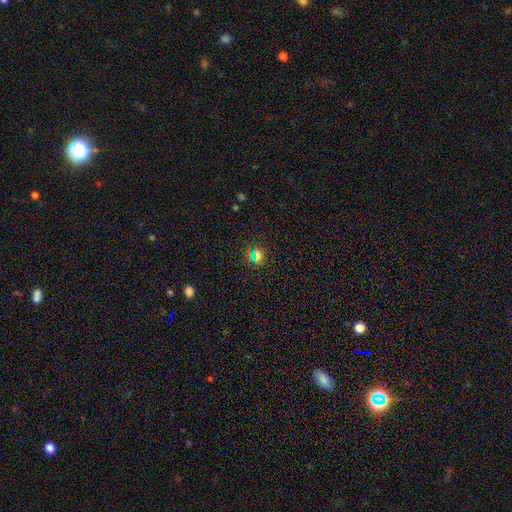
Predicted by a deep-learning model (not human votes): This is possibly a smooth galaxy (53%). How rounded: clearly round (82%). Merging: clearly none (84%).